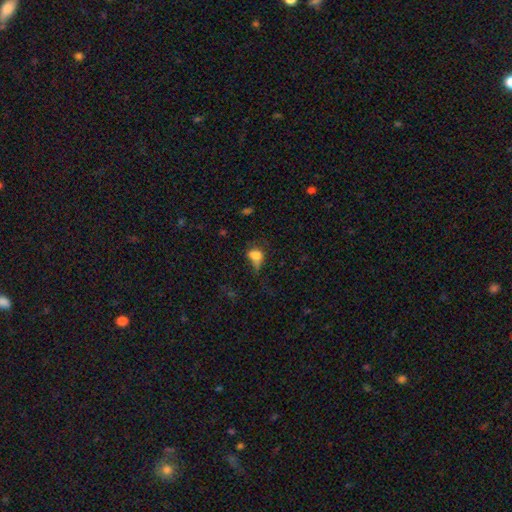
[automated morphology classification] smooth-or-featured: smooth: 72% | featured or disk: 15% | star or artifact: 13%
  how-rounded: in between: 70% | round: 27% | cigar-shaped: 3%
  merging: major disturbance: 37% | minor disturbance: 27% | none: 25% | merger: 11%